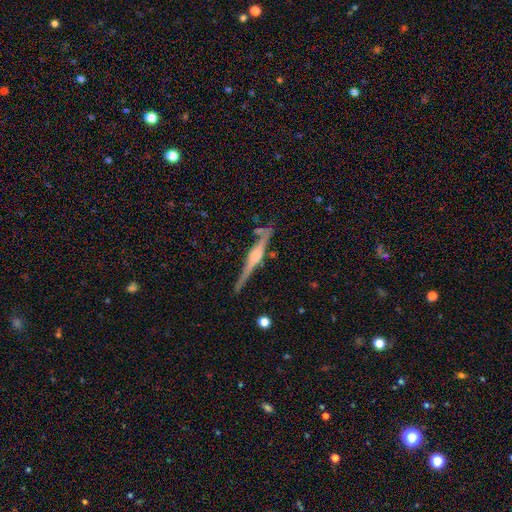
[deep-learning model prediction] Smooth or featured? featured or disk (81%)
Edge-on disk? yes (98%)
Edge-on bulge? rounded (79%)
Merging? none (82%)